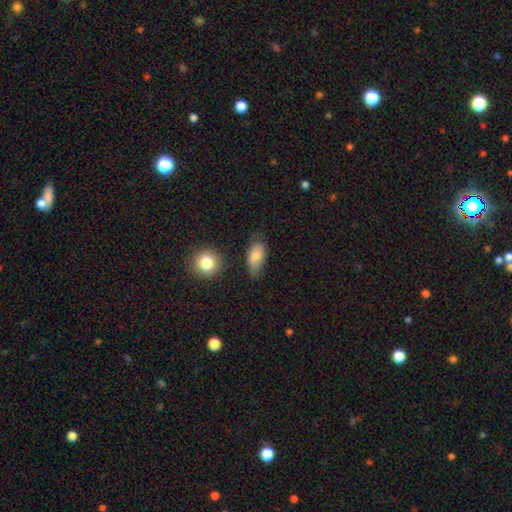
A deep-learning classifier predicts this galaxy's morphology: Smooth or featured? Predicted: smooth (p=0.77). How rounded? Predicted: in between (p=0.87). Merging? Predicted: none (p=0.58).